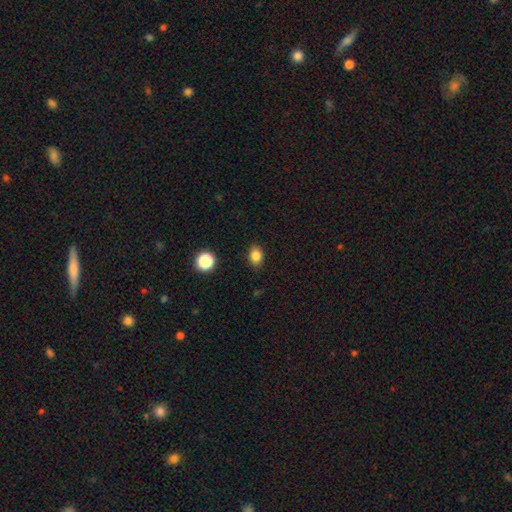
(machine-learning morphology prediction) Smooth or featured? Predicted: smooth (p=0.83). How rounded? Predicted: in between (p=0.70). Merging? Predicted: none (p=0.87).